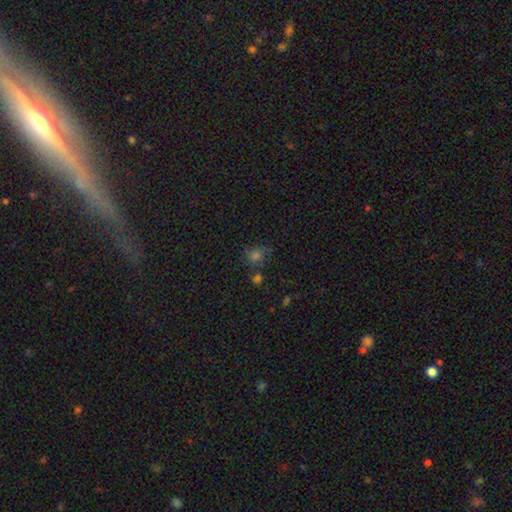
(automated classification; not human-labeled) Smooth or featured?
  - smooth: 57% *
  - star or artifact: 30%
  - featured or disk: 14%
How rounded?
  - round: 76% *
  - in between: 23%
  - cigar-shaped: 1%
Merging?
  - none: 62% *
  - minor disturbance: 18%
  - merger: 12%
  - major disturbance: 8%